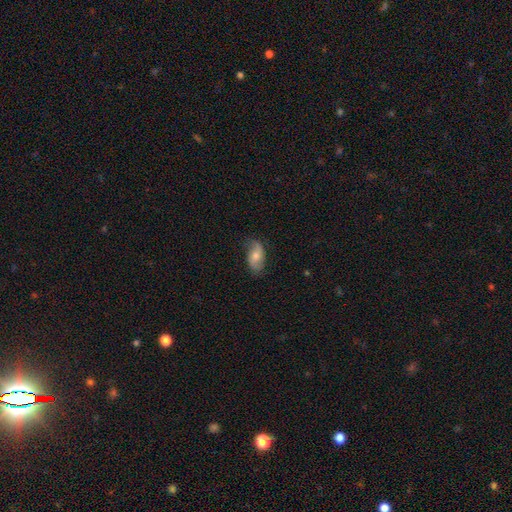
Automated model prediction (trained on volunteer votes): Overall: featured or disk (52%; smooth 40%). Edge-on disk: no (93%). Merging: none (75%).